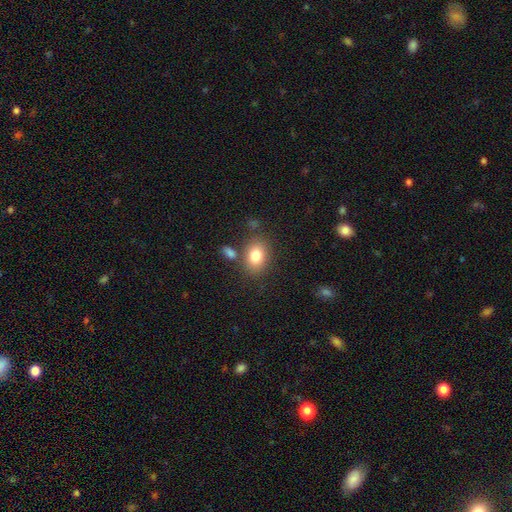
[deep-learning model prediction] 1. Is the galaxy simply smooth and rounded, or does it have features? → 80% smooth, 11% featured or disk, 9% star or artifact.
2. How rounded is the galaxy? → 71% in between, 28% round, 1% cigar-shaped.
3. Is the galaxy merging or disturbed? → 74% none, 12% minor disturbance, 10% merger, 4% major disturbance.